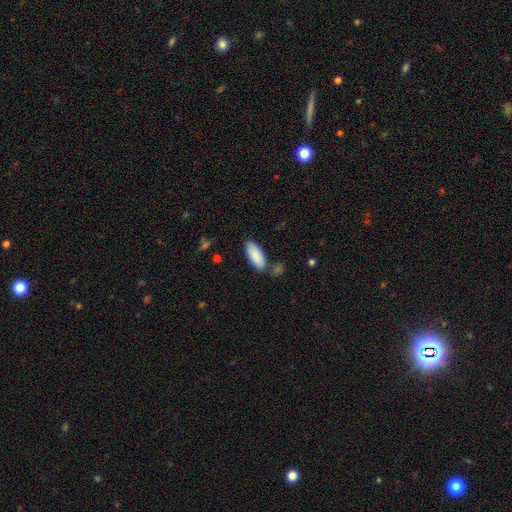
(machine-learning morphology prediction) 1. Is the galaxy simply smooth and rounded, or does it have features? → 88% smooth, 6% featured or disk, 6% star or artifact.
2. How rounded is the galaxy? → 81% in between, 17% cigar-shaped, 2% round.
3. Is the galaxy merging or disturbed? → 76% none, 14% minor disturbance, 7% merger, 3% major disturbance.